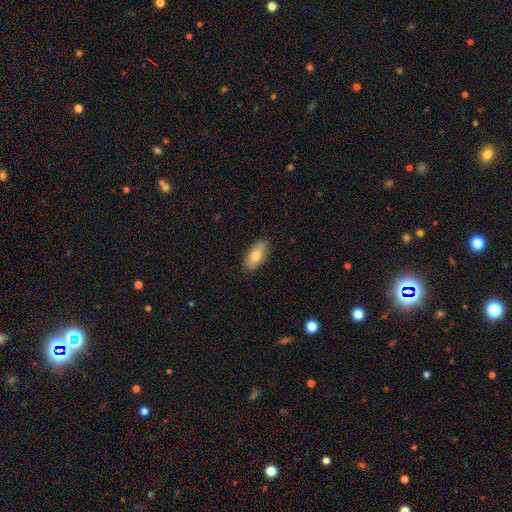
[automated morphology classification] This is likely a smooth galaxy (74%). How rounded: clearly in between (89%). Merging: clearly none (86%).